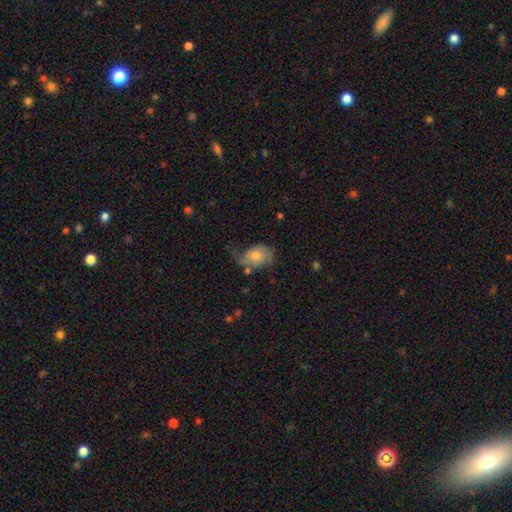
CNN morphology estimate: type=smooth (58%); roundness=in between (74%); merging=none (41%).